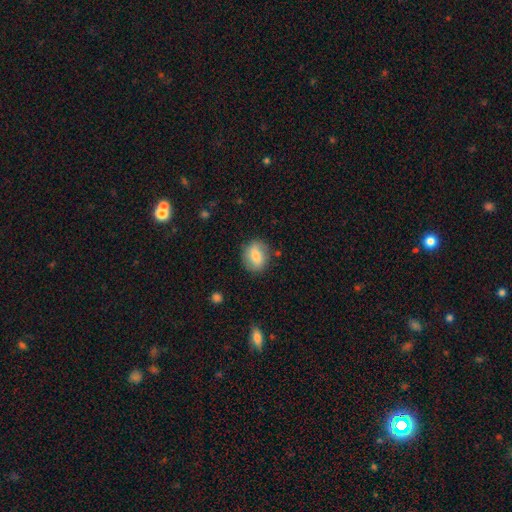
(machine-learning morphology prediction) Smooth or featured? smooth (74%)
How rounded? in between (53%)
Merging? none (81%)